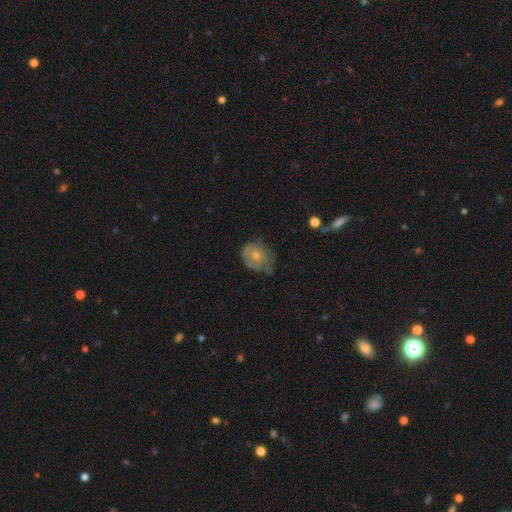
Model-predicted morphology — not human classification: Smooth or featured? Predicted: smooth (p=0.53). How rounded? Predicted: round (p=0.50). Merging? Predicted: none (p=0.42).